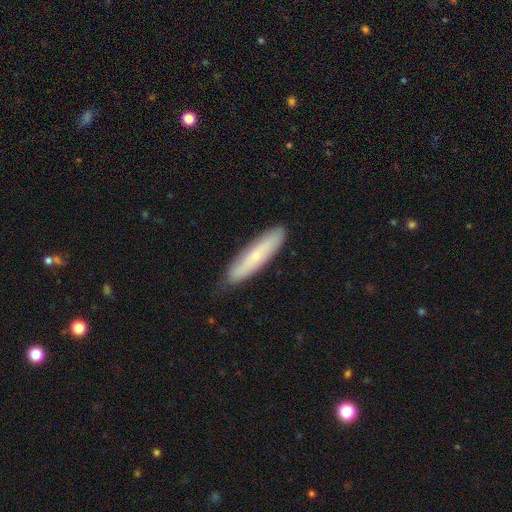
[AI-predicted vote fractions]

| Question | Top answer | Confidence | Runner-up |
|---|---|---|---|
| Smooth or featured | smooth | 55% | featured or disk (39%) |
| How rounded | cigar-shaped | 78% | in between (20%) |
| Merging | none | 84% | minor disturbance (13%) |